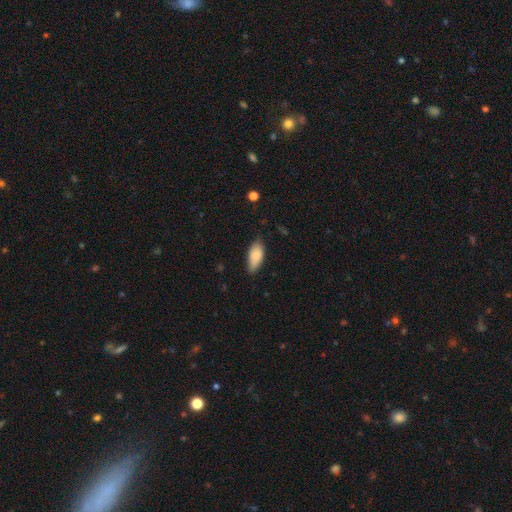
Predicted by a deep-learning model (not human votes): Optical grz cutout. It shows a smooth galaxy with no disk features (84%) that is in between round and cigar-shaped (88%). Merging: none (71%).